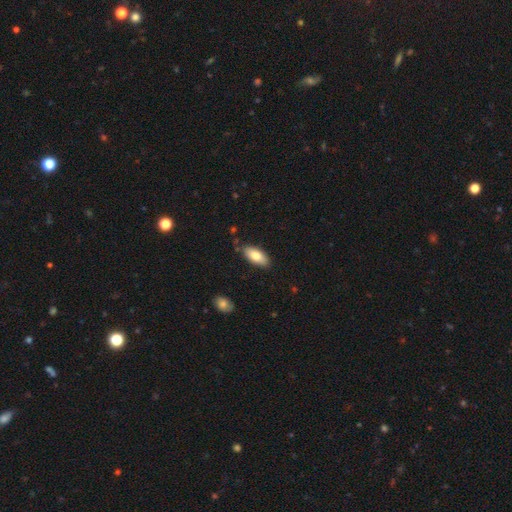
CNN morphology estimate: smooth_or_featured: smooth (p=0.79) [alt: featured or disk p=0.15]
how_rounded: in between (p=0.87) [alt: cigar-shaped p=0.11]
merging: none (p=0.82) [alt: minor disturbance p=0.13]